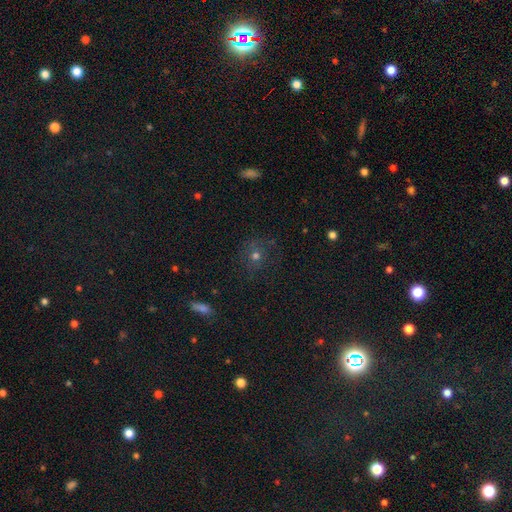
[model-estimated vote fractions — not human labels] smooth_or_featured: smooth (p=0.52) [alt: star or artifact p=0.28]
how_rounded: round (p=0.84) [alt: in between p=0.15]
merging: none (p=0.75) [alt: minor disturbance p=0.15]